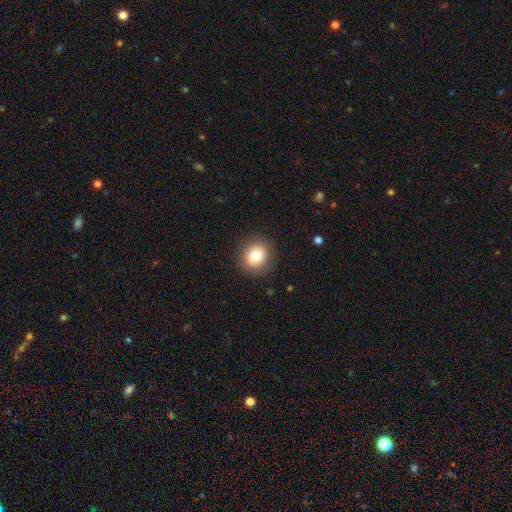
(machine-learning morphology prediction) smooth-or-featured: smooth: 79% | featured or disk: 10% | star or artifact: 10%
  how-rounded: round: 84% | in between: 15% | cigar-shaped: 1%
  merging: none: 89% | minor disturbance: 8% | major disturbance: 3% | merger: 1%